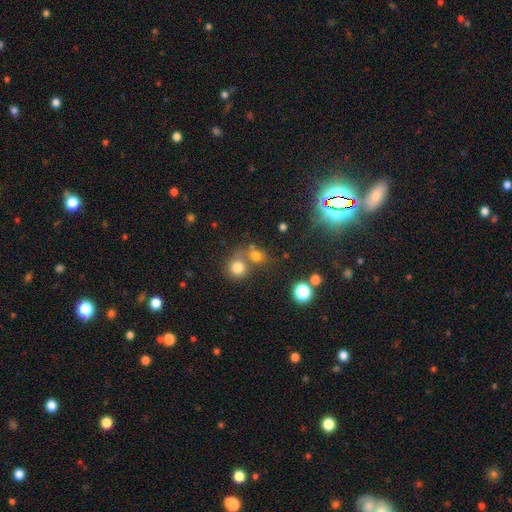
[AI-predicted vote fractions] A smooth galaxy with no disk features (71%) that is round (73%).

Vote fractions:
- Smooth or featured? smooth: 71% / star or artifact: 19% / featured or disk: 9%
- How rounded? round: 73% / in between: 26% / cigar-shaped: 1%
- Merging? none: 48% / merger: 37% / minor disturbance: 9% / major disturbance: 5%